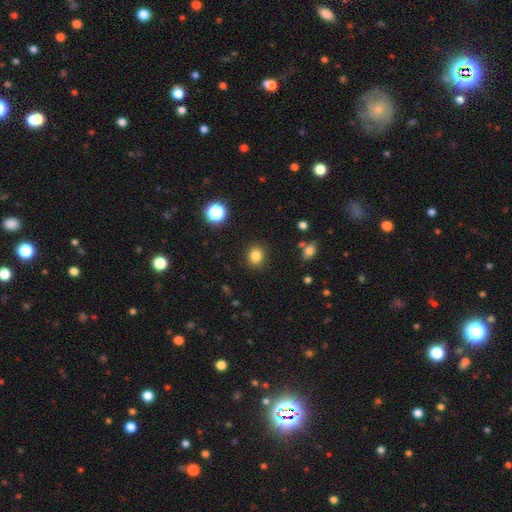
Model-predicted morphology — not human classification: A smooth galaxy with no disk features (83%) that is round (72%). Merging: none (88%).